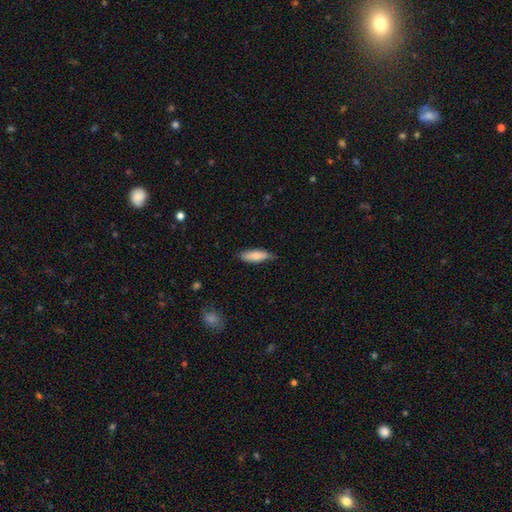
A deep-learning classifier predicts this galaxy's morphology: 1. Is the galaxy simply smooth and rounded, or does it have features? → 80% smooth, 14% featured or disk, 6% star or artifact.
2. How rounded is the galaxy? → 56% in between, 42% cigar-shaped, 2% round.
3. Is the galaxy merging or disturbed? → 70% none, 25% minor disturbance, 4% major disturbance, 1% merger.